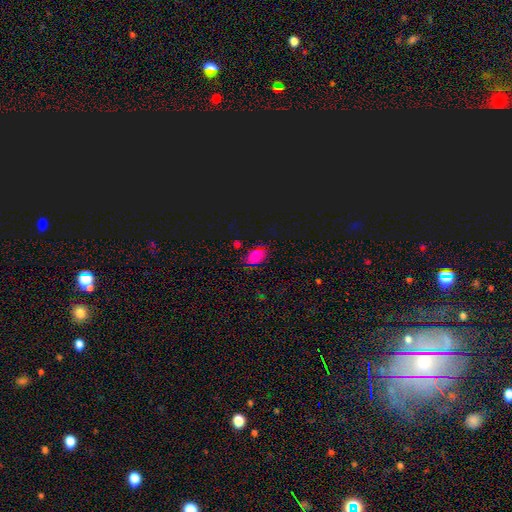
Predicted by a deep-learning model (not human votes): A smooth galaxy with no disk features (63%) that is in between round and cigar-shaped (81%). Merging: none (79%).